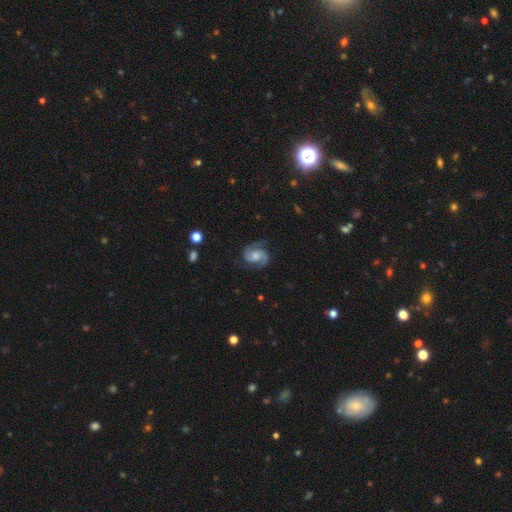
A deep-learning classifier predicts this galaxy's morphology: A featured or disk galaxy (89%) with no bar (58%), 2 (94%) medium (57%) spiral arms (98%) and a moderate central bulge (43%).

Vote fractions:
- Smooth or featured? featured or disk: 89% / smooth: 6% / star or artifact: 5%
- Edge-on disk? no: 98% / yes: 2%
- Bar? no: 58% / weak: 34% / strong: 8%
- Spiral arms? yes: 98% / no: 2%
- Spiral winding? medium: 57% / tight: 29% / loose: 14%
- Spiral arm count? 2: 94% / can't tell: 2% / 3: 1% / 1: 1% / 4: 1% / more than 4: 1%
- Bulge size? moderate: 43% / small: 24% / none: 16% / large: 15% / dominant: 2%
- Merging? none: 81% / minor disturbance: 13% / major disturbance: 4% / merger: 1%